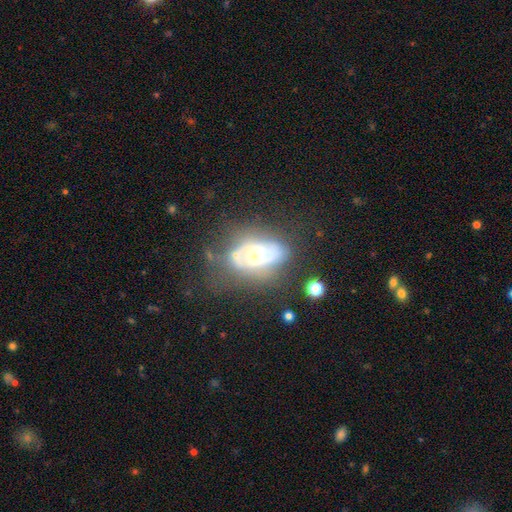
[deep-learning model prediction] Smooth or featured? Predicted: featured or disk (p=0.65). Edge-on disk? Predicted: no (p=0.91). Bar? Predicted: no (p=0.78). Spiral arms? Predicted: no (p=0.60). Bulge size? Predicted: moderate (p=0.58). Merging? Predicted: none (p=0.52).